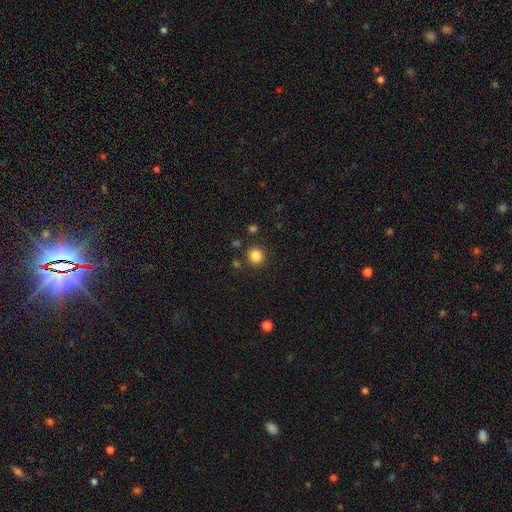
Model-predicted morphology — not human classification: smooth_or_featured: smooth (p=0.84) [alt: star or artifact p=0.12]
how_rounded: round (p=0.92) [alt: in between p=0.08]
merging: none (p=0.88) [alt: minor disturbance p=0.06]